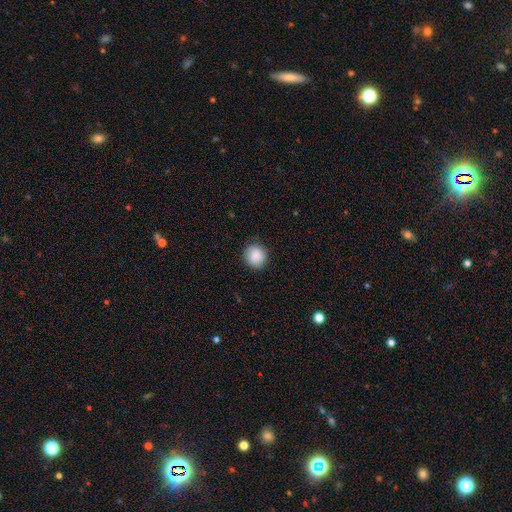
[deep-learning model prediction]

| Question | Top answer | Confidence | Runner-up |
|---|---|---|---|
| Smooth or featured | smooth | 89% | star or artifact (8%) |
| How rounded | round | 89% | in between (10%) |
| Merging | none | 88% | minor disturbance (9%) |